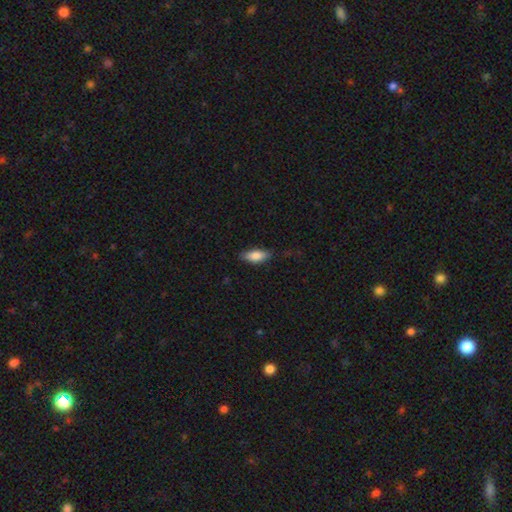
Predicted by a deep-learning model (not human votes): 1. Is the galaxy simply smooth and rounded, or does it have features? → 82% smooth, 12% featured or disk, 6% star or artifact.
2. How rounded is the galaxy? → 78% in between, 20% cigar-shaped, 2% round.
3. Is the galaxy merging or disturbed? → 80% none, 16% minor disturbance, 3% major disturbance, 1% merger.